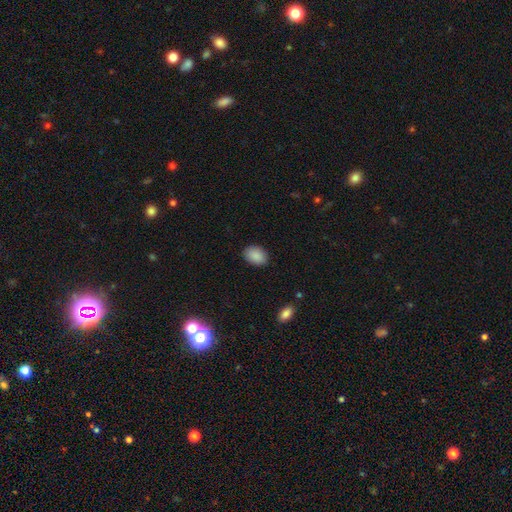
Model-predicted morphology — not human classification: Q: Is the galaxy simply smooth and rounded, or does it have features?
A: smooth — 89%.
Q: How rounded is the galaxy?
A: in between — 81%.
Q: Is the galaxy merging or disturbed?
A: none — 88%.